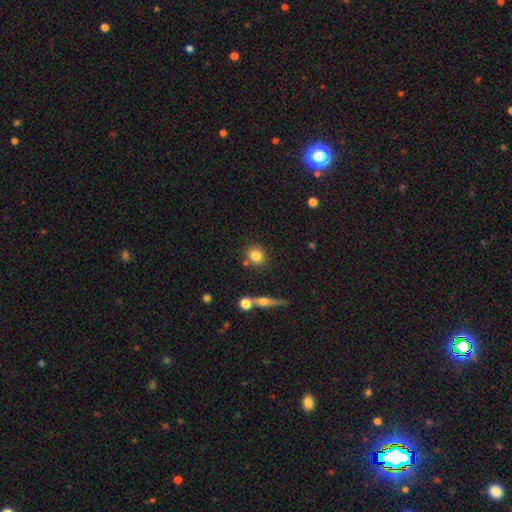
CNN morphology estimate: The model was most divided on "merging": none: 76%, minor disturbance: 10%, merger: 10%, major disturbance: 3%. More confident: how rounded — round (84%); smooth or featured — smooth (81%).